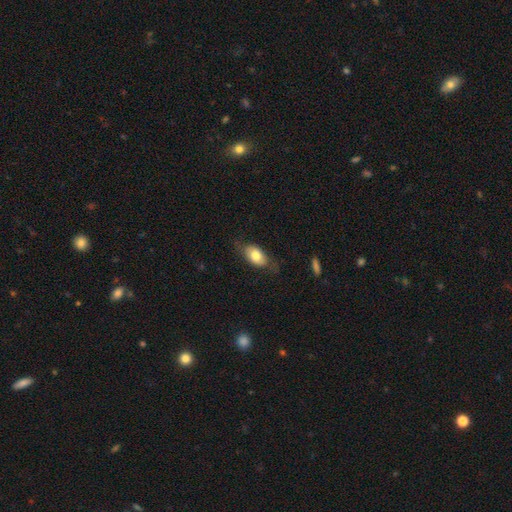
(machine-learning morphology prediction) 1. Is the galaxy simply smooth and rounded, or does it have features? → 70% smooth, 23% featured or disk, 7% star or artifact.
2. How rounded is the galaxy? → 88% in between, 8% round, 3% cigar-shaped.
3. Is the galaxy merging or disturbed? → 68% none, 21% minor disturbance, 9% major disturbance, 1% merger.